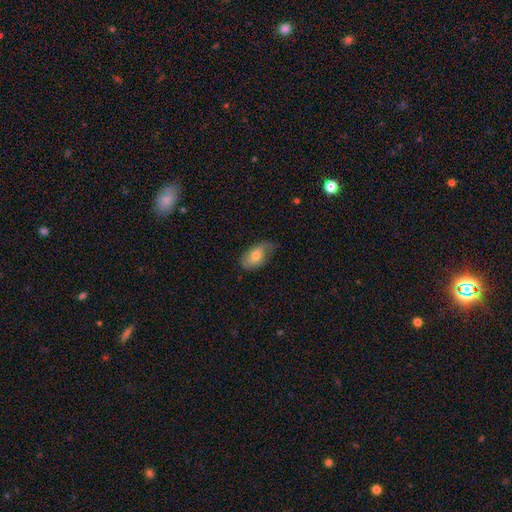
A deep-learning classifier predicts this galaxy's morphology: The model was most divided on "merging": none: 55%, minor disturbance: 32%, major disturbance: 11%, merger: 1%. More confident: how rounded — in between (92%); smooth or featured — smooth (65%).